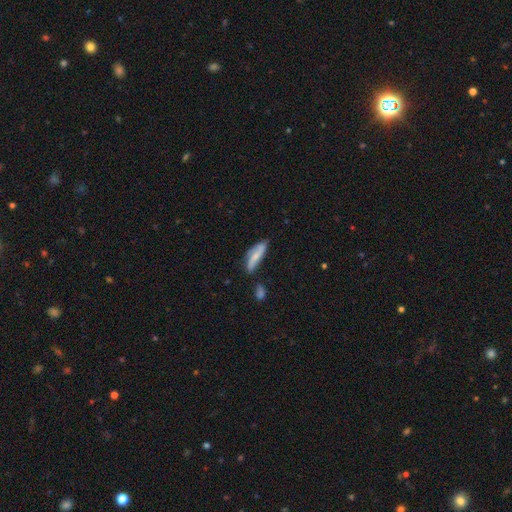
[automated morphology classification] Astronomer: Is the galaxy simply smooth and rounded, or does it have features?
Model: featured or disk — 47% (runner-up: smooth, 46%).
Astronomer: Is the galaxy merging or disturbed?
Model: none — 53% (runner-up: minor disturbance, 29%).